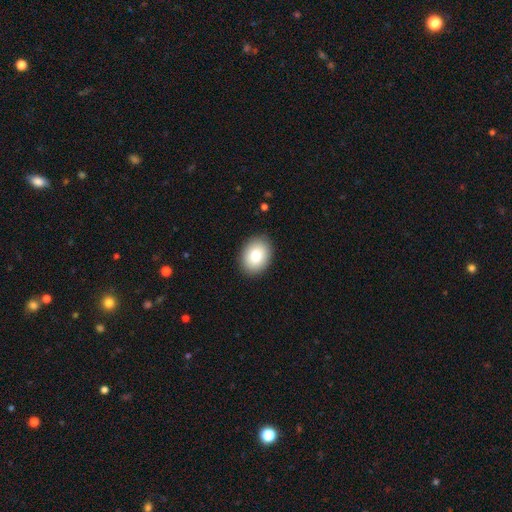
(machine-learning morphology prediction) A smooth galaxy with no disk features (82%) that is in between round and cigar-shaped (67%).

Vote fractions:
- Smooth or featured? smooth: 82% / featured or disk: 10% / star or artifact: 8%
- How rounded? in between: 67% / round: 32% / cigar-shaped: 1%
- Merging? none: 90% / minor disturbance: 7% / major disturbance: 2% / merger: 1%